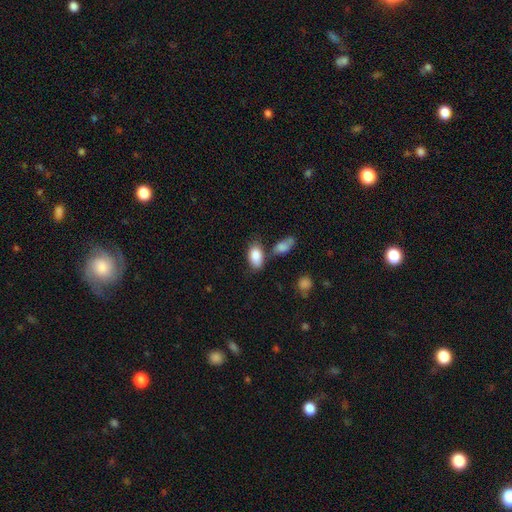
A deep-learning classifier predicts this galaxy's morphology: Smooth or featured: smooth — 87% (star or artifact — 7%)
How rounded: in between — 92% (round — 6%)
Merging: none — 58% (minor disturbance — 18%)